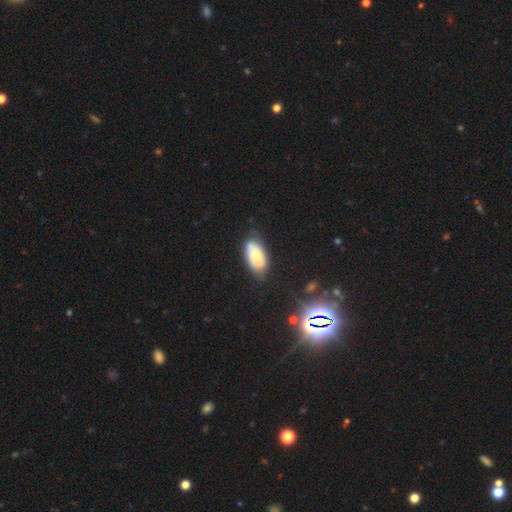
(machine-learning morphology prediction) Smooth or featured? Predicted: smooth (p=0.70). How rounded? Predicted: in between (p=0.92). Merging? Predicted: none (p=0.66).